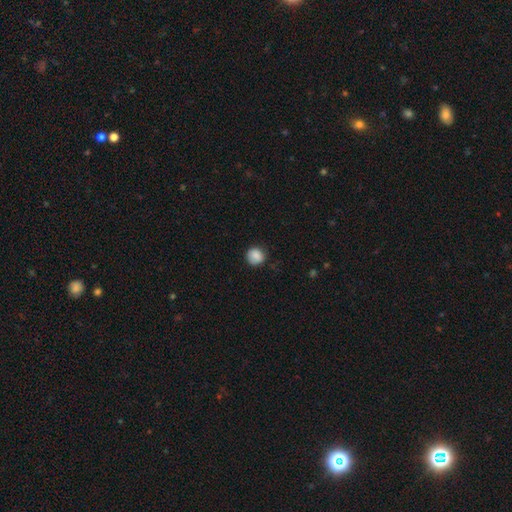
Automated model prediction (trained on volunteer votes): Q: Smooth or featured?
A: smooth (87%); runner-up: star or artifact (8%)
Q: How rounded?
A: round (89%); runner-up: in between (10%)
Q: Merging?
A: none (82%); runner-up: minor disturbance (14%)